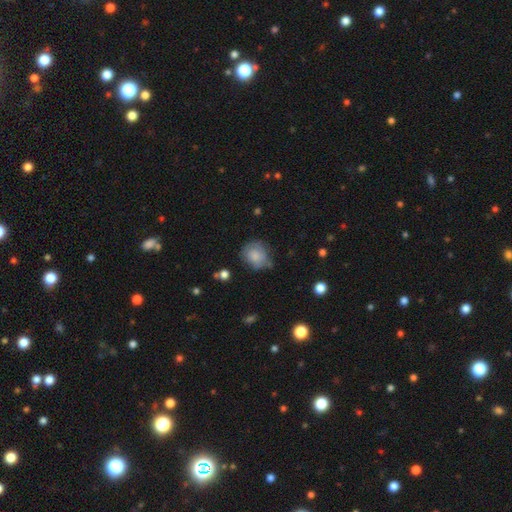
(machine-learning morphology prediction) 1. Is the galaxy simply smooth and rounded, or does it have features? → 78% smooth, 14% featured or disk, 8% star or artifact.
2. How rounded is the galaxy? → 73% round, 26% in between, 1% cigar-shaped.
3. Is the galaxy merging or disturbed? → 58% none, 29% minor disturbance, 9% major disturbance, 4% merger.